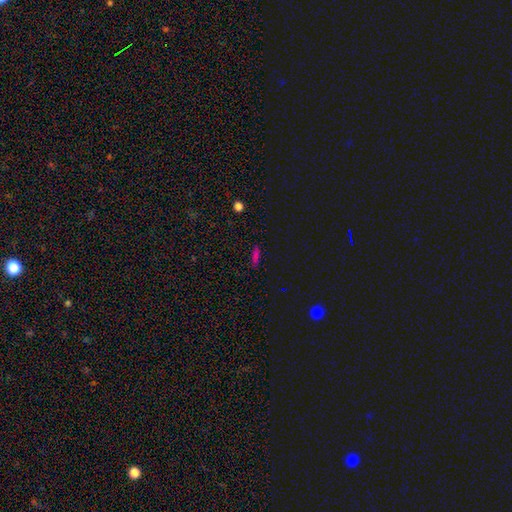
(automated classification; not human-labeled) This appears to be a smooth galaxy with no disk features (68%) that is cigar-shaped (67%). Merging: none (85%).